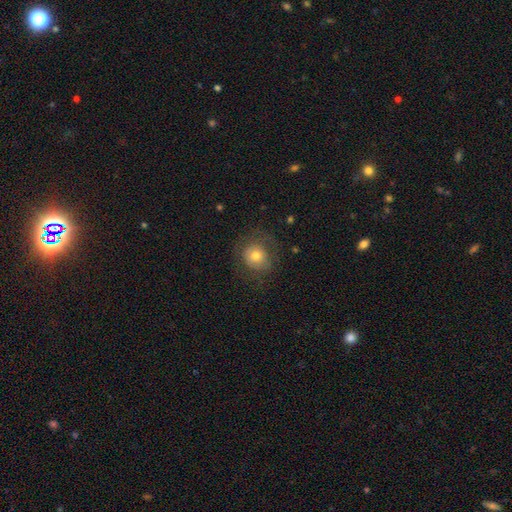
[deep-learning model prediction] Overall: smooth (68%). How rounded: round (86%). Merging: none (69%).